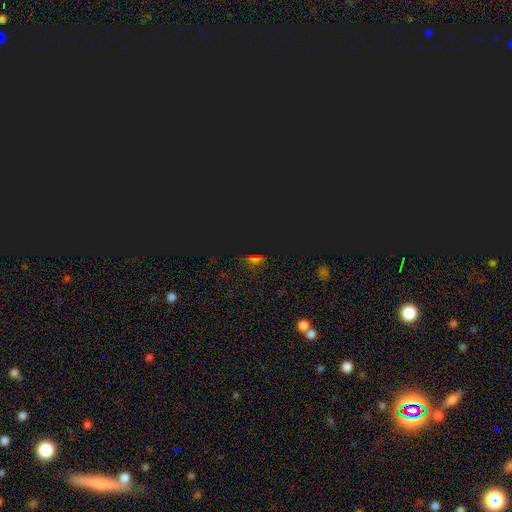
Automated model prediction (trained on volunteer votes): Overall: star or artifact (60%; smooth 32%).